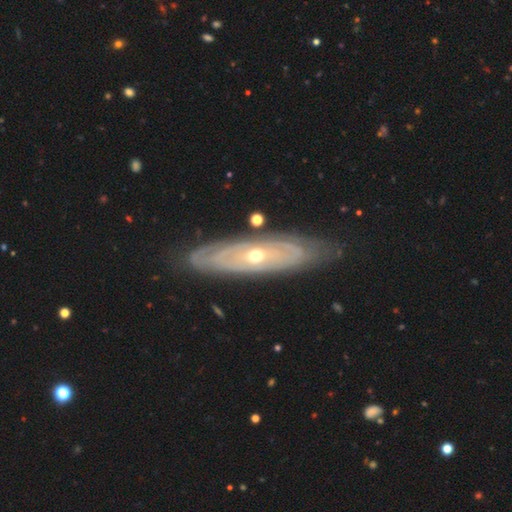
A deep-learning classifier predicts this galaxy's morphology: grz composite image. It shows a featured or disk galaxy (78%) with no bar (85%), spiral arms (60%) and a moderate central bulge (52%). Merging: none (80%).